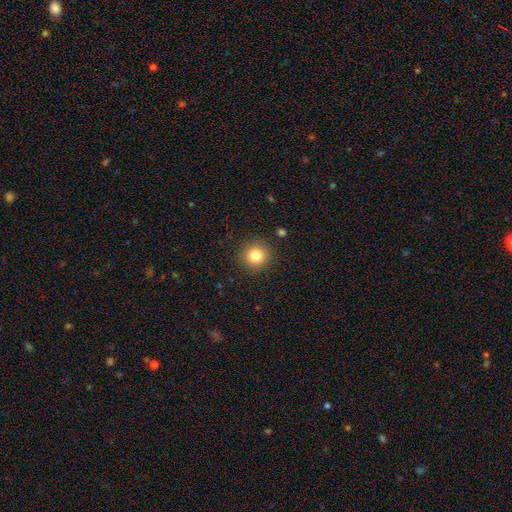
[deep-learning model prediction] This appears to be a smooth galaxy with no disk features (83%) that is round (93%). Merging: none (90%).